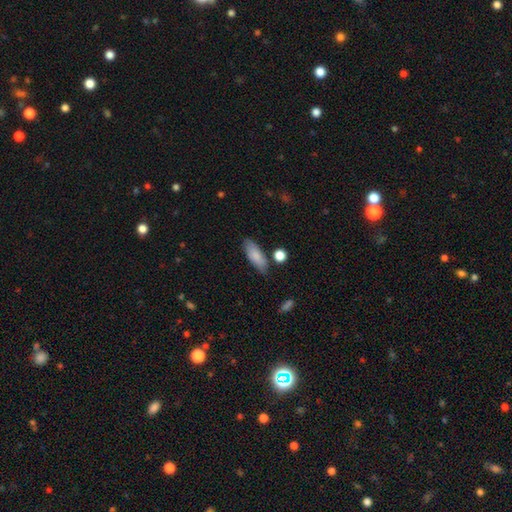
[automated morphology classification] A smooth galaxy with no disk features (82%) that is in between round and cigar-shaped (72%). Merging: none (75%).